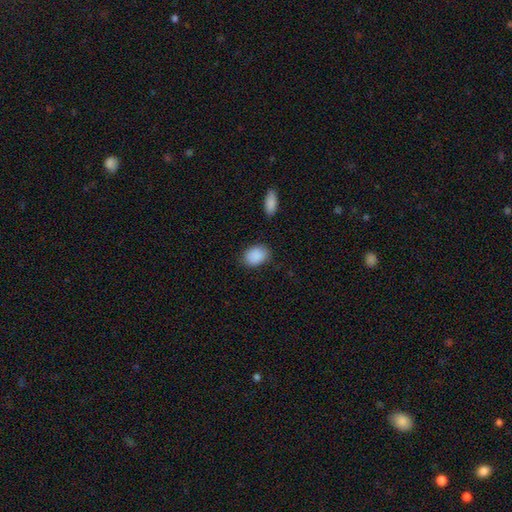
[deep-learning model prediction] Overall: smooth (90%). How rounded: in between (74%). Merging: none (81%).